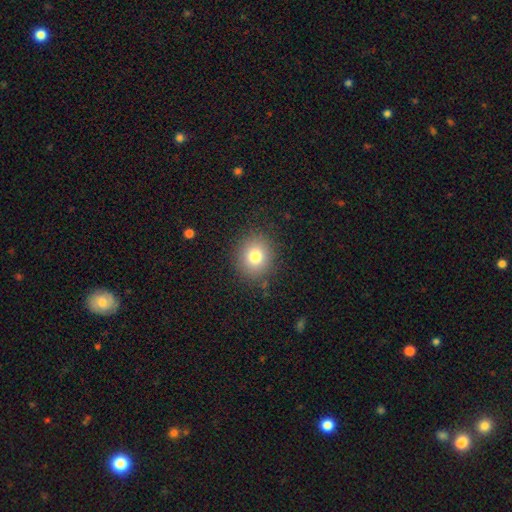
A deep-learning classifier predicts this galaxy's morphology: This appears to be a smooth galaxy with no disk features (77%) that is round (80%). Merging: none (90%).